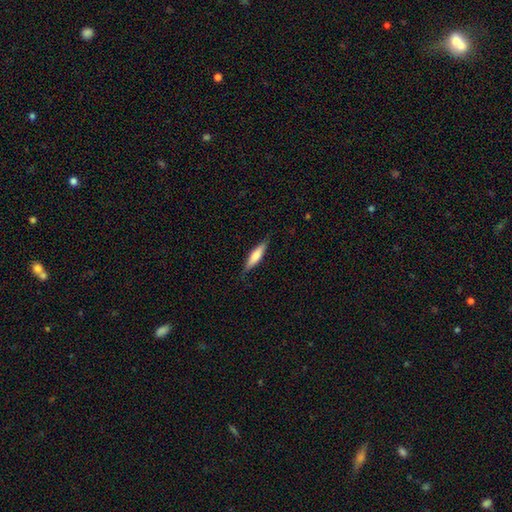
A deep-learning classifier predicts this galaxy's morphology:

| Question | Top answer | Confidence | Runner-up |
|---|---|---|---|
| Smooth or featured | smooth | 65% | featured or disk (29%) |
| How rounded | cigar-shaped | 78% | in between (21%) |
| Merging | none | 84% | minor disturbance (12%) |